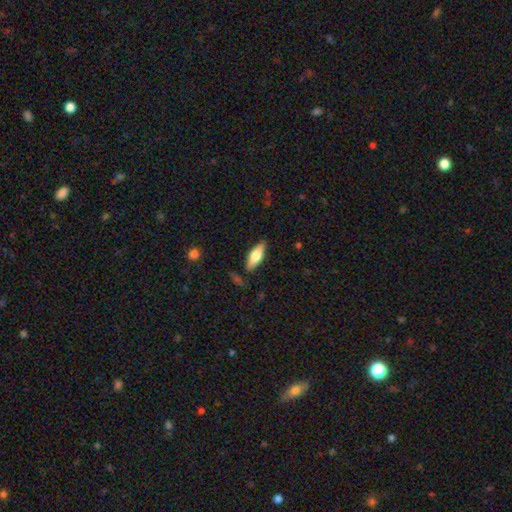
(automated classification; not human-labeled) This is likely a smooth galaxy (68%). How rounded: likely in between (68%). Merging: clearly none (82%).